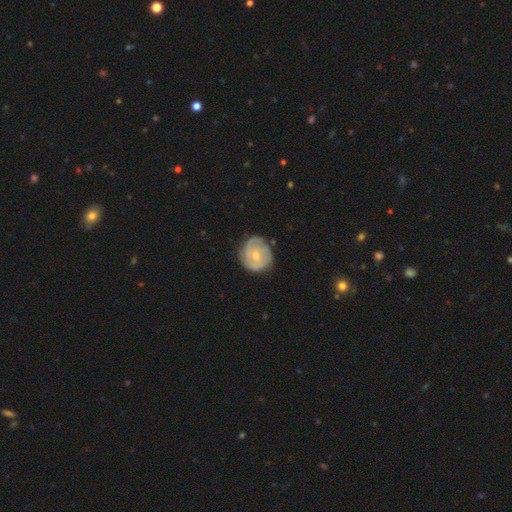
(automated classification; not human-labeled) Smooth or featured: featured or disk — 66% (smooth — 29%)
Edge-on disk: no — 98% (yes — 2%)
Bar: no — 68% (weak — 28%)
Spiral arms: yes — 85% (no — 15%)
Spiral winding: tight — 62% (medium — 29%)
Spiral arm count: can't tell — 34% (2 — 30%)
Bulge size: small — 52% (moderate — 42%)
Merging: none — 71% (minor disturbance — 21%)